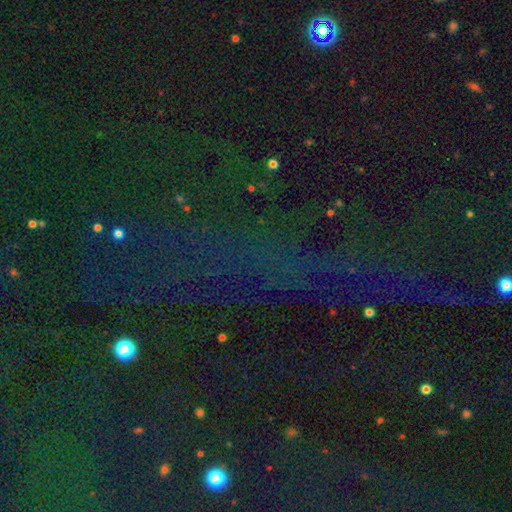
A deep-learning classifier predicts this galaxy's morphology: Smooth or featured? star or artifact (78%)